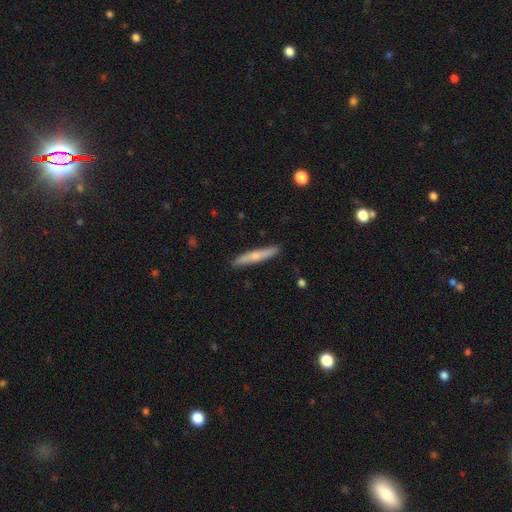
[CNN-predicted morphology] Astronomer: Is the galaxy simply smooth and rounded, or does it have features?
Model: smooth — 61%.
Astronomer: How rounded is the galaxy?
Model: cigar-shaped — 94%.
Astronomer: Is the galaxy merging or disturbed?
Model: none — 90%.